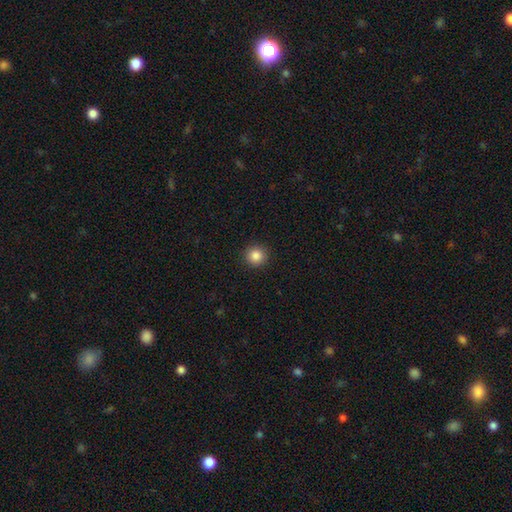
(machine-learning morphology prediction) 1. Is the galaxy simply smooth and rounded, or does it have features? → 86% smooth, 10% star or artifact, 4% featured or disk.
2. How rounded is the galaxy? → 95% round, 4% in between, 1% cigar-shaped.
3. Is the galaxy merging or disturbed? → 92% none, 5% minor disturbance, 2% major disturbance, 1% merger.